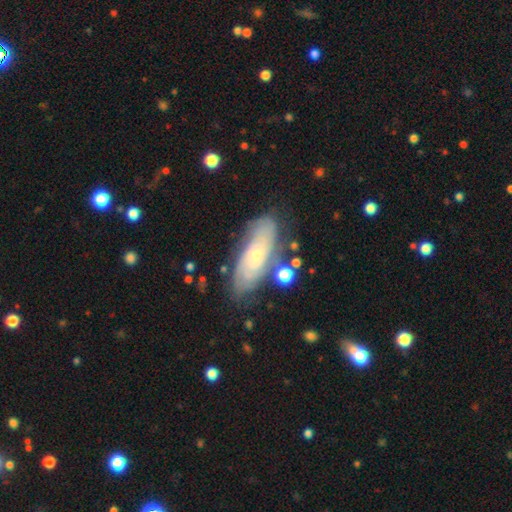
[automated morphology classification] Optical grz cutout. It shows a featured or disk galaxy (70%) with no bar (79%), tight (72%) spiral arms (88%) and a small central bulge (79%). Merging: none (72%).